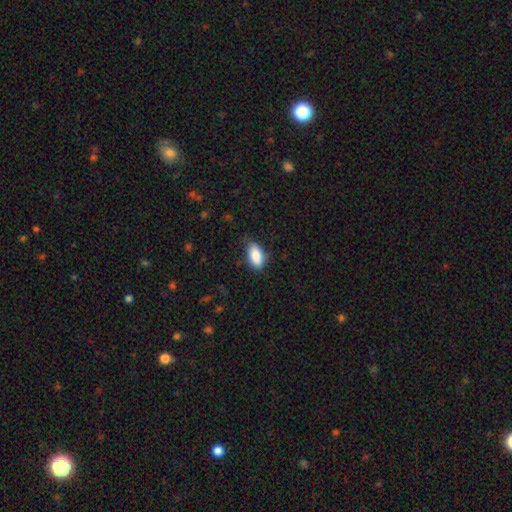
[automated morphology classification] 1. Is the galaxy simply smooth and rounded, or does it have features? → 87% smooth, 7% star or artifact, 6% featured or disk.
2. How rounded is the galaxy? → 91% in between, 5% cigar-shaped, 4% round.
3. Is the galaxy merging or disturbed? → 71% none, 23% minor disturbance, 5% major disturbance, 1% merger.